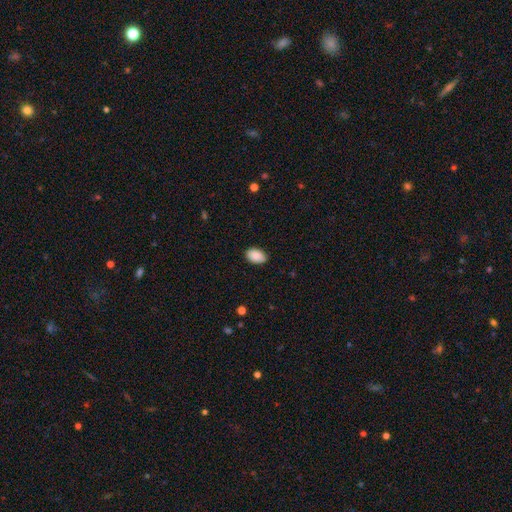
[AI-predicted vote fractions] Smooth or featured: smooth — 90% (star or artifact — 7%)
How rounded: in between — 90% (round — 9%)
Merging: none — 87% (minor disturbance — 10%)